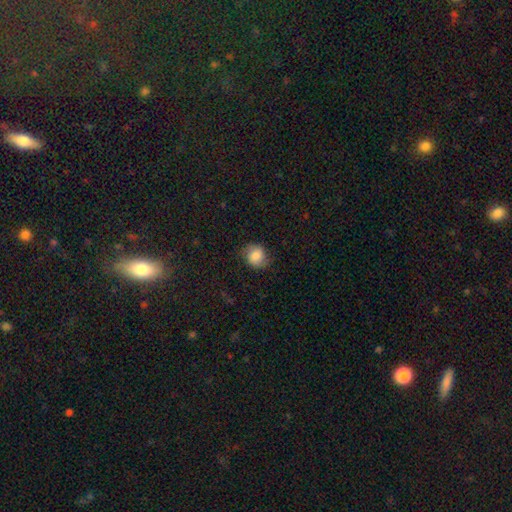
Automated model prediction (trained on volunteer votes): A smooth galaxy with no disk features (69%) that is round (73%).

Vote fractions:
- Smooth or featured? smooth: 69% / featured or disk: 22% / star or artifact: 9%
- How rounded? round: 73% / in between: 26% / cigar-shaped: 1%
- Merging? none: 75% / minor disturbance: 18% / major disturbance: 6% / merger: 1%